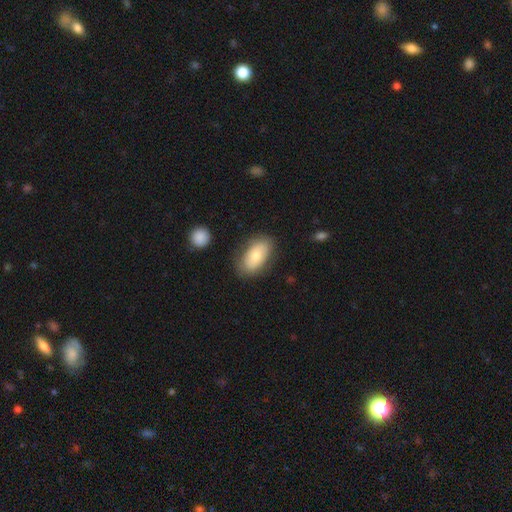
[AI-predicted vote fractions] This appears to be a smooth galaxy with no disk features (73%) that is in between round and cigar-shaped (93%). Merging: none (78%).